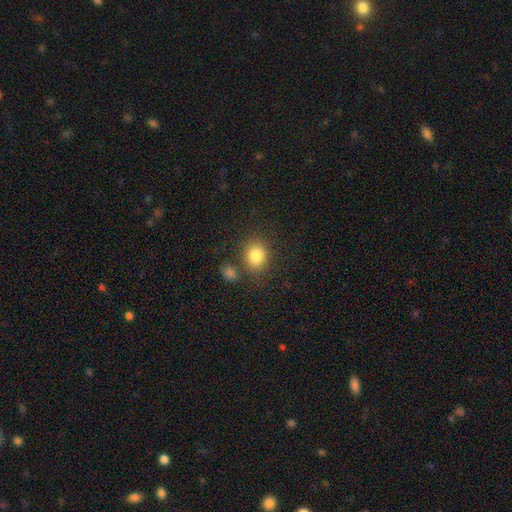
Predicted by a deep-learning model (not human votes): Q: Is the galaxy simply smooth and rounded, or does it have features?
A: smooth — 83%.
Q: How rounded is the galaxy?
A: round — 62%.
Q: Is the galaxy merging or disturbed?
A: none — 70%.